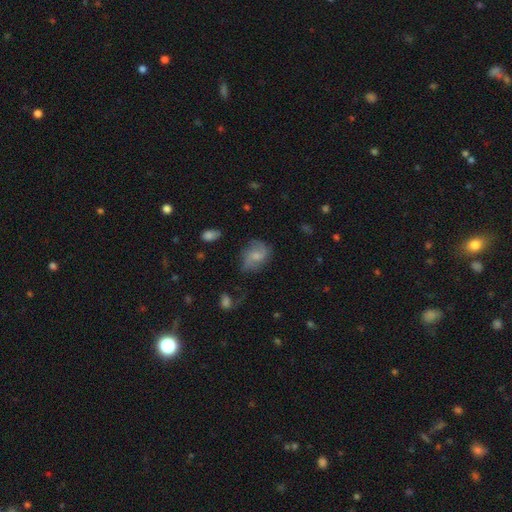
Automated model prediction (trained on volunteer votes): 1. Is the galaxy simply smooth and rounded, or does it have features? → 46% smooth, 45% featured or disk, 9% star or artifact.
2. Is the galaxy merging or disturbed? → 54% none, 28% minor disturbance, 15% major disturbance, 3% merger.